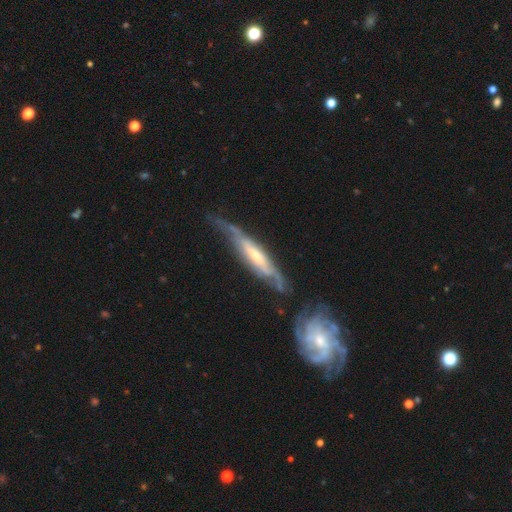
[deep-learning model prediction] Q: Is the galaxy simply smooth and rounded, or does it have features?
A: featured or disk — 76%.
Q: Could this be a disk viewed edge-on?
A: yes — 50%, tied with no.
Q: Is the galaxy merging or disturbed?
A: none — 53%.